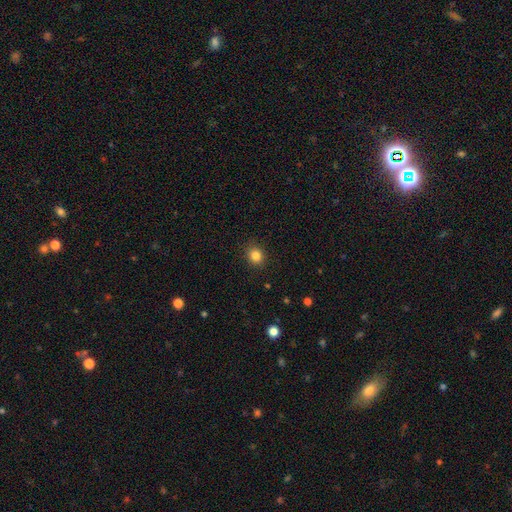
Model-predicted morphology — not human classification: A smooth galaxy with no disk features (84%) that is round (77%). Merging: none (90%).